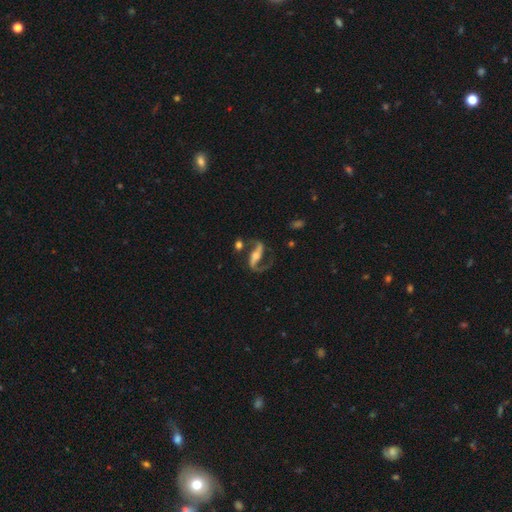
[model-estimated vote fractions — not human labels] Smooth or featured?
  - featured or disk: 87% *
  - smooth: 8%
  - star or artifact: 6%
Edge-on disk?
  - no: 92% *
  - yes: 8%
Bar?
  - strong: 54% *
  - weak: 24%
  - no: 22%
Spiral arms?
  - yes: 95% *
  - no: 5%
Spiral winding?
  - loose: 54% *
  - medium: 36%
  - tight: 10%
Spiral arm count?
  - 2: 84% *
  - 1: 11%
  - can't tell: 2%
  - 3: 1%
  - 4: 1%
  - more than 4: 1%
Bulge size?
  - moderate: 52% *
  - small: 35%
  - large: 8%
  - none: 4%
  - dominant: 2%
Merging?
  - none: 60% *
  - major disturbance: 17%
  - minor disturbance: 15%
  - merger: 8%